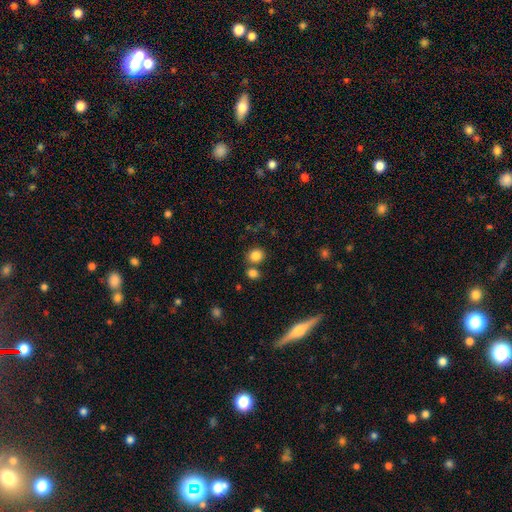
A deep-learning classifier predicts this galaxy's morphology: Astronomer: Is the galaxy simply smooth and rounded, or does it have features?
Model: smooth — 84%.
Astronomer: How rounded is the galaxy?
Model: round — 74%.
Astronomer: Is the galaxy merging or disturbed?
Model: none — 69%.